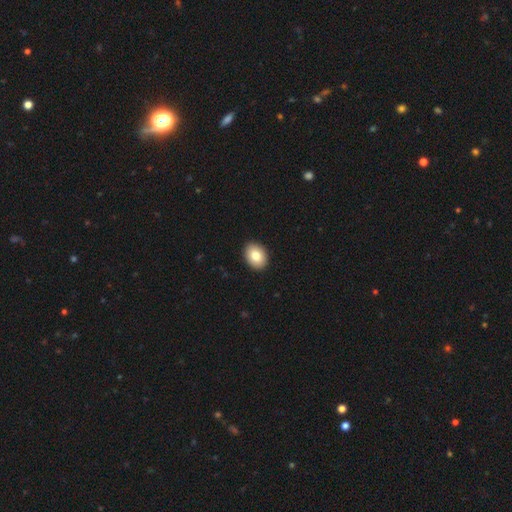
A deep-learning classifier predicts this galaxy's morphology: Smooth or featured?
  - smooth: 82% *
  - featured or disk: 10%
  - star or artifact: 8%
How rounded?
  - in between: 68% *
  - round: 31%
  - cigar-shaped: 1%
Merging?
  - none: 92% *
  - minor disturbance: 6%
  - major disturbance: 1%
  - merger: 1%